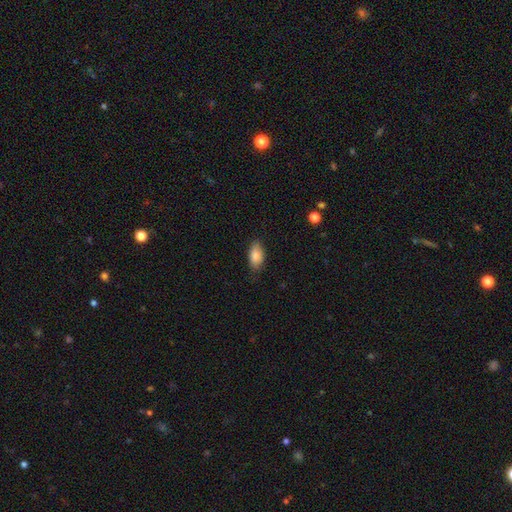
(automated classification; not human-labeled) Morphology: type=smooth (85%); roundness=in between (91%); merging=none (79%).